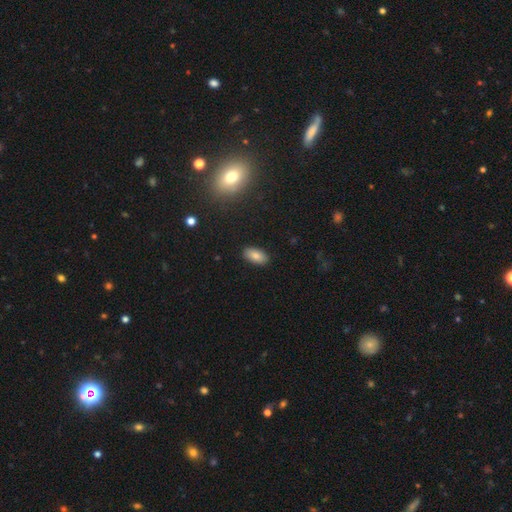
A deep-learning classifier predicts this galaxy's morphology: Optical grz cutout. It shows a smooth galaxy with no disk features (82%) that is in between round and cigar-shaped (93%). Merging: none (89%).